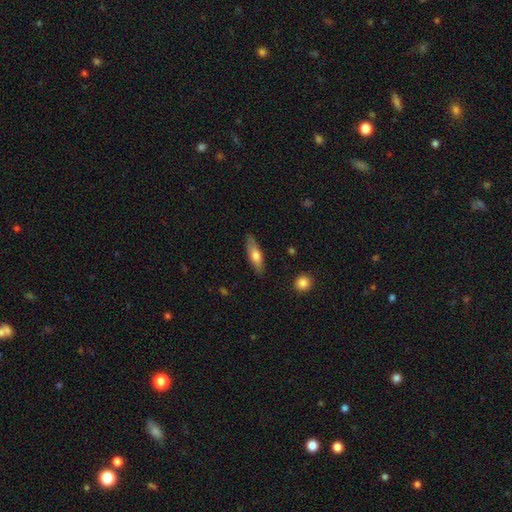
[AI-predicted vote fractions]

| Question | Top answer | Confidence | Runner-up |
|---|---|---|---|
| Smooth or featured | smooth | 62% | featured or disk (32%) |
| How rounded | cigar-shaped | 53% | in between (45%) |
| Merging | none | 84% | minor disturbance (13%) |